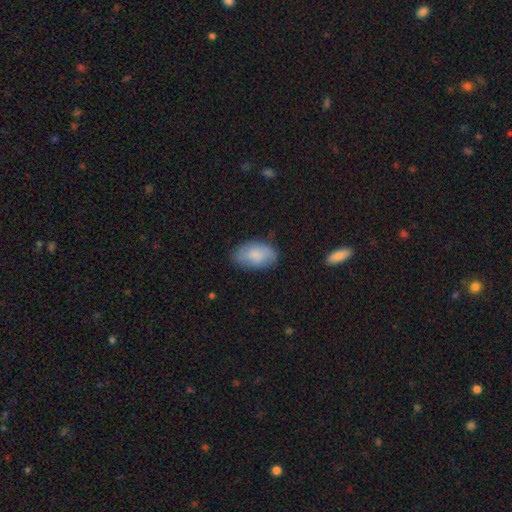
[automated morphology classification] smooth 80%, featured or disk 14%, star or artifact 6%. Down the decision tree: how rounded — in between (93%); merging — none (73%).